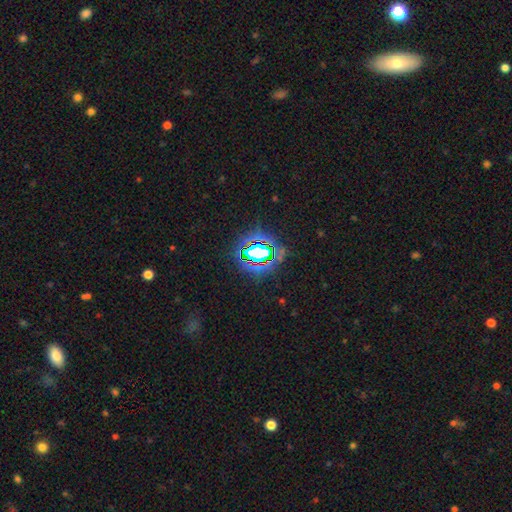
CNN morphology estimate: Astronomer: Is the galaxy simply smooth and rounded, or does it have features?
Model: star or artifact — 70%.